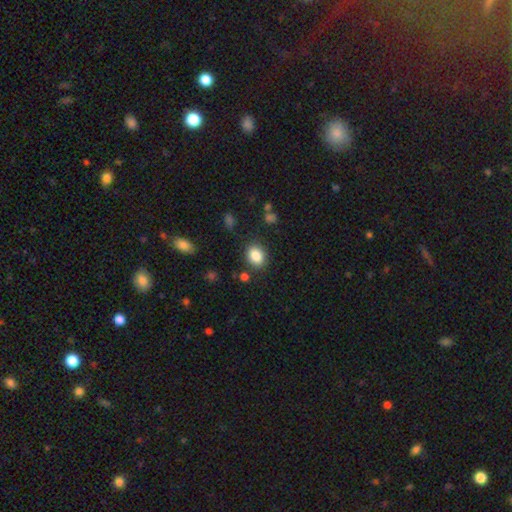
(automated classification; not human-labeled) This is clearly a smooth galaxy (85%). How rounded: possibly in between (57%). Merging: clearly none (83%).